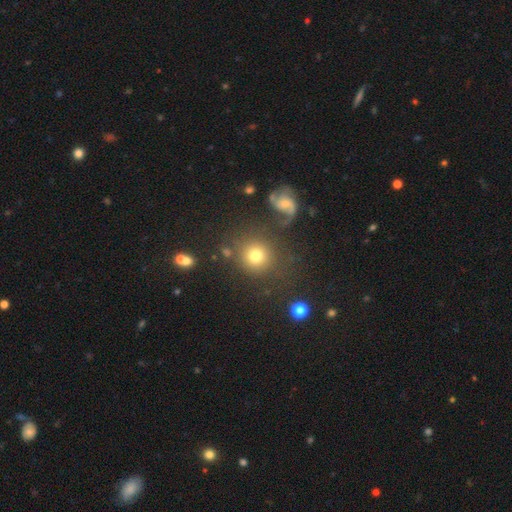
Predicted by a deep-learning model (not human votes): smooth 76%, featured or disk 12%, star or artifact 12%. Down the decision tree: how rounded — round (90%); merging — none (76%).